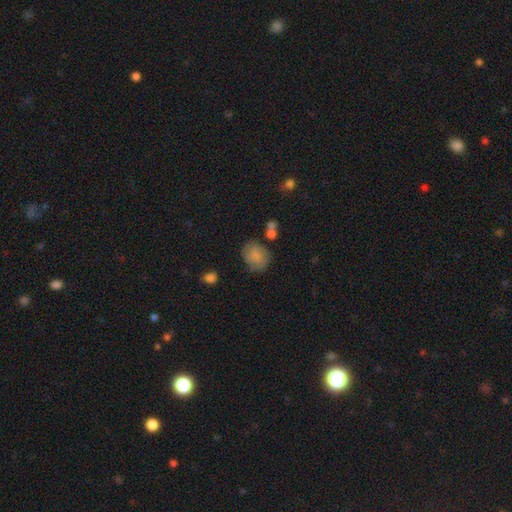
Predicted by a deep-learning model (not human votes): The model was most divided on "how rounded": round: 56%, in between: 43%, cigar-shaped: 1%. More confident: smooth or featured — smooth (71%); merging — none (66%).